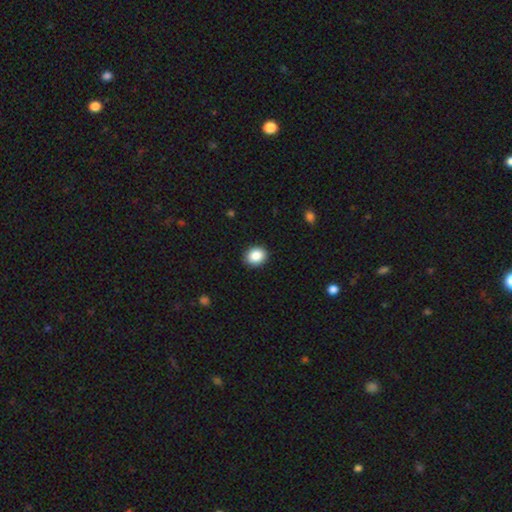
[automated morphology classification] This is clearly a smooth galaxy (88%). How rounded: likely round (60%). Merging: clearly none (90%).